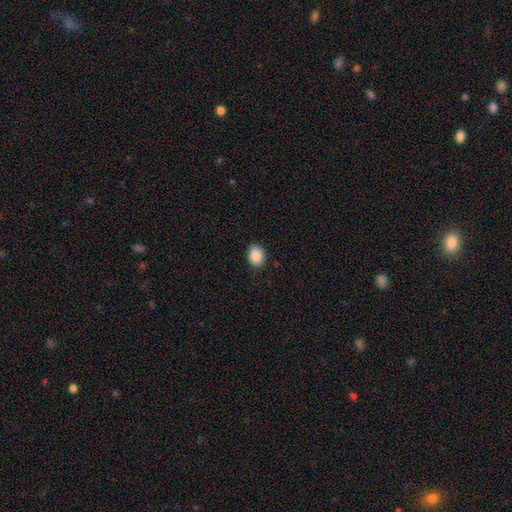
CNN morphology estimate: A smooth galaxy with no disk features (90%) that is in between round and cigar-shaped (67%). Merging: none (88%).